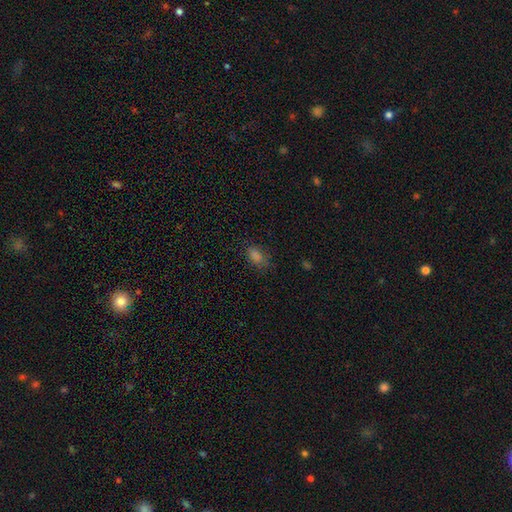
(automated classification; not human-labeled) smooth 74%, star or artifact 20%, featured or disk 6%. Down the decision tree: how rounded — in between (85%); merging — none (75%).